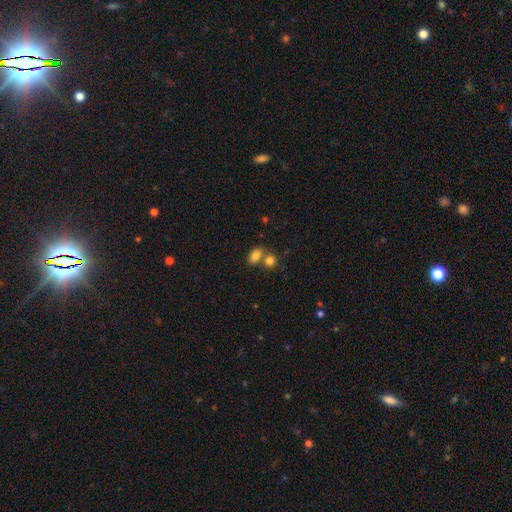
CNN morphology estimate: Smooth or featured? Predicted: smooth (p=0.83). How rounded? Predicted: in between (p=0.79). Merging? Predicted: none (p=0.47).